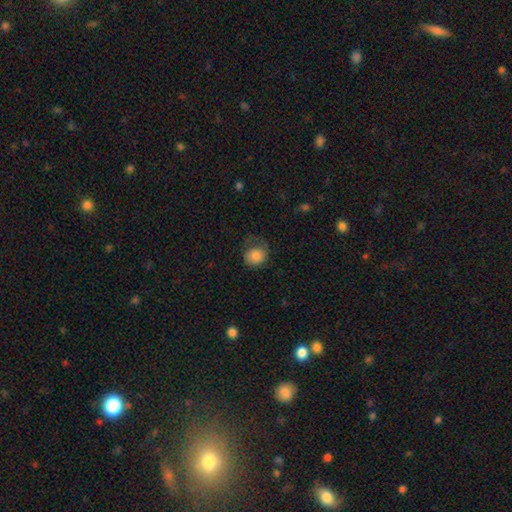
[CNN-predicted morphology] This appears to be a smooth galaxy with no disk features (82%) that is round (72%). Merging: none (44%).